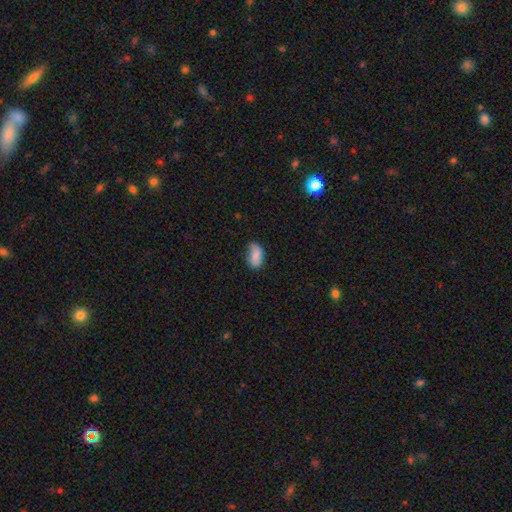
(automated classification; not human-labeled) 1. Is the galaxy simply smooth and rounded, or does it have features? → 83% smooth, 9% featured or disk, 8% star or artifact.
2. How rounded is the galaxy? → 91% in between, 6% round, 4% cigar-shaped.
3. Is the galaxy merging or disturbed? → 63% none, 29% minor disturbance, 6% major disturbance, 2% merger.